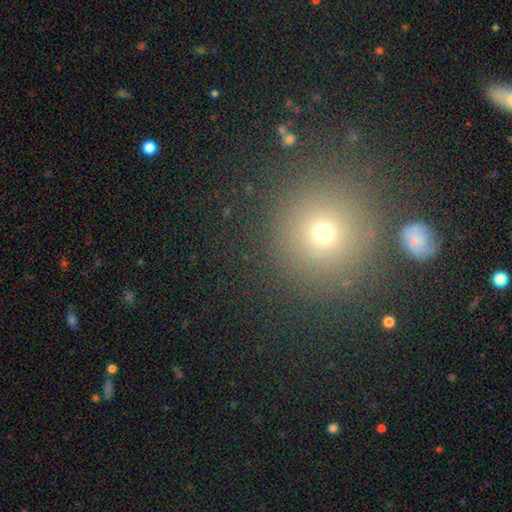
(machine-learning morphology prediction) A smooth galaxy with no disk features (57%) that is round (94%).

Vote fractions:
- Smooth or featured? smooth: 57% / star or artifact: 34% / featured or disk: 9%
- How rounded? round: 94% / in between: 5% / cigar-shaped: 1%
- Merging? none: 85% / minor disturbance: 7% / merger: 4% / major disturbance: 3%